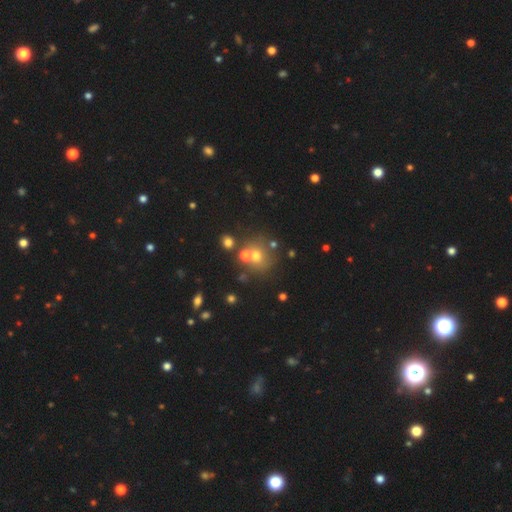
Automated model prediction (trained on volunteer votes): Morphology: type=smooth (57%); roundness=round (84%); merging=none (59%).